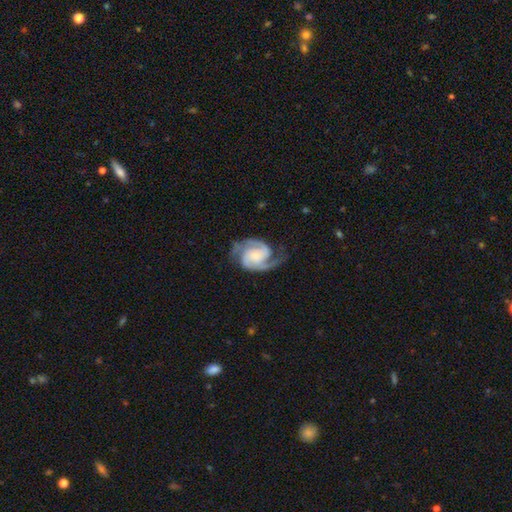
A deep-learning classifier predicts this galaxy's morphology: smooth-or-featured: featured or disk: 91% | smooth: 5% | star or artifact: 4%
  disk-edge-on: no: 98% | yes: 2%
    bar: no: 63% | weak: 28% | strong: 9%
    has-spiral-arms: yes: 98% | no: 2%
      spiral-winding: medium: 52% | tight: 37% | loose: 11%
      spiral-arm-count: 2: 86% | 3: 7% | can't tell: 3% | 1: 2% | 4: 2% | more than 4: 1%
    bulge-size: small: 56% | moderate: 26% | none: 10% | large: 5% | dominant: 2%
  merging: none: 71% | minor disturbance: 18% | major disturbance: 9% | merger: 1%